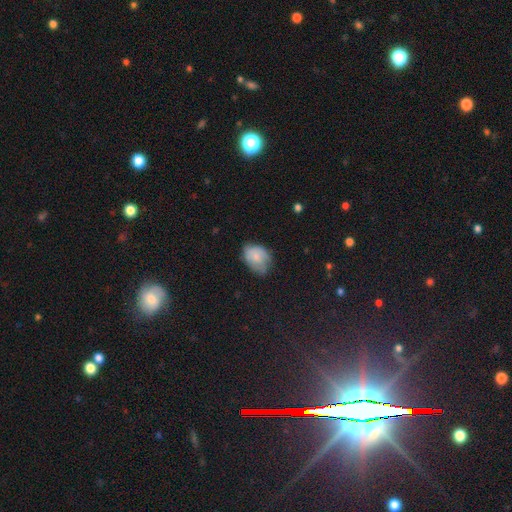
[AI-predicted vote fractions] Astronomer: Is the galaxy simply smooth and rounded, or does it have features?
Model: smooth — 69%.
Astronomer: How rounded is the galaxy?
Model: in between — 72%.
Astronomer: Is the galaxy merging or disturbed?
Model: none — 51% (runner-up: minor disturbance, 36%).